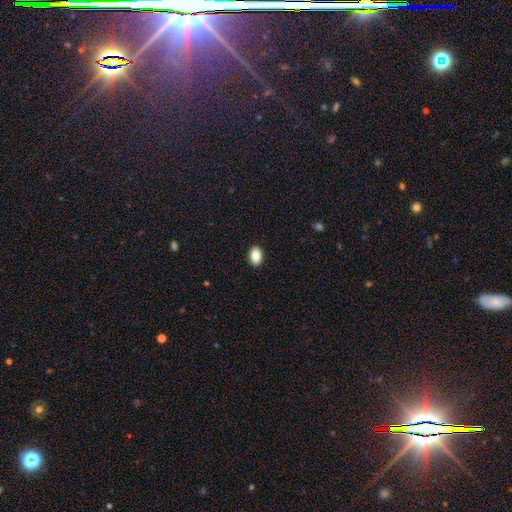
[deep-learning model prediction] Smooth or featured: smooth — 86% (star or artifact — 8%)
How rounded: in between — 84% (round — 15%)
Merging: none — 90% (minor disturbance — 7%)